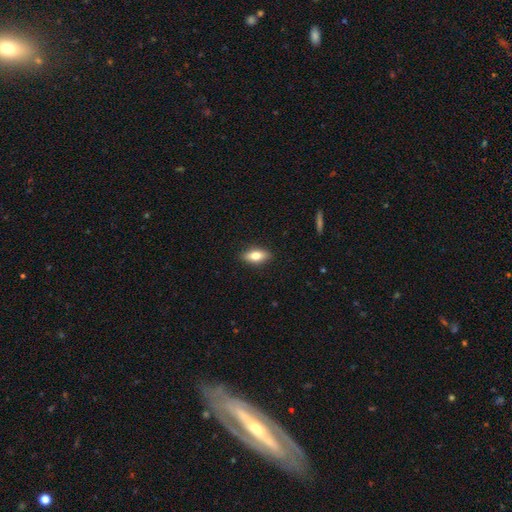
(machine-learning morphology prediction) Q: Smooth or featured?
A: smooth (73%); runner-up: featured or disk (20%)
Q: How rounded?
A: in between (82%); runner-up: cigar-shaped (14%)
Q: Merging?
A: none (89%); runner-up: minor disturbance (8%)